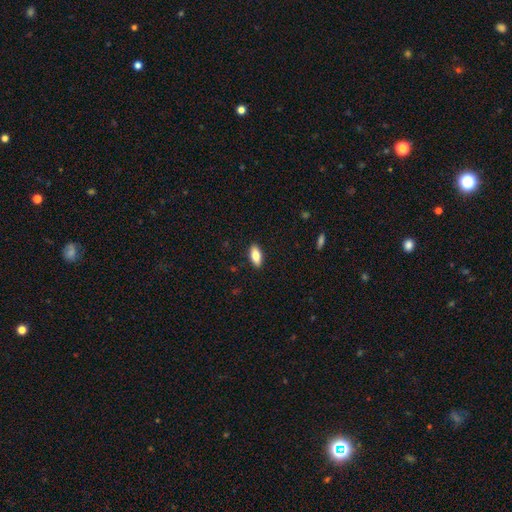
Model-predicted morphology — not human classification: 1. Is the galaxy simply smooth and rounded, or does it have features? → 78% smooth, 15% featured or disk, 7% star or artifact.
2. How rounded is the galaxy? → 83% in between, 14% cigar-shaped, 3% round.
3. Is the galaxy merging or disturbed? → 90% none, 8% minor disturbance, 2% major disturbance, 1% merger.